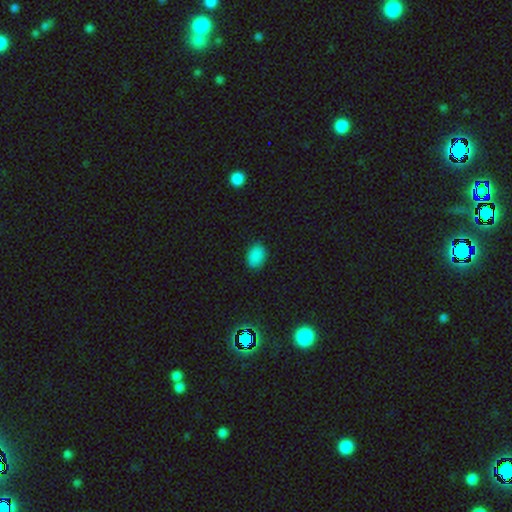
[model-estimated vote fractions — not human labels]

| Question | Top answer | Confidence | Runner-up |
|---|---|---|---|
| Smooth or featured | smooth | 86% | star or artifact (11%) |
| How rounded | in between | 83% | round (16%) |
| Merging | none | 87% | minor disturbance (10%) |